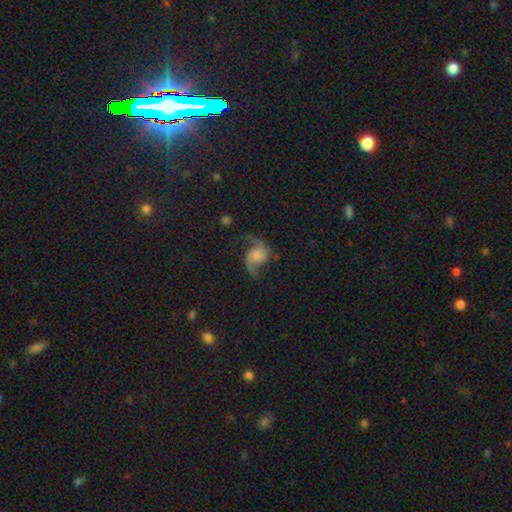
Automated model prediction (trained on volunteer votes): smooth-or-featured: featured or disk: 81% | smooth: 11% | star or artifact: 8%
  disk-edge-on: no: 98% | yes: 2%
    bar: no: 70% | weak: 25% | strong: 6%
    has-spiral-arms: yes: 96% | no: 4%
      spiral-winding: loose: 68% | medium: 27% | tight: 5%
      spiral-arm-count: 2: 92% | 1: 3% | can't tell: 2% | 3: 1% | 4: 1% | more than 4: 1%
    bulge-size: small: 38% | moderate: 36% | none: 12% | large: 11% | dominant: 3%
  merging: none: 68% | minor disturbance: 18% | major disturbance: 12% | merger: 2%